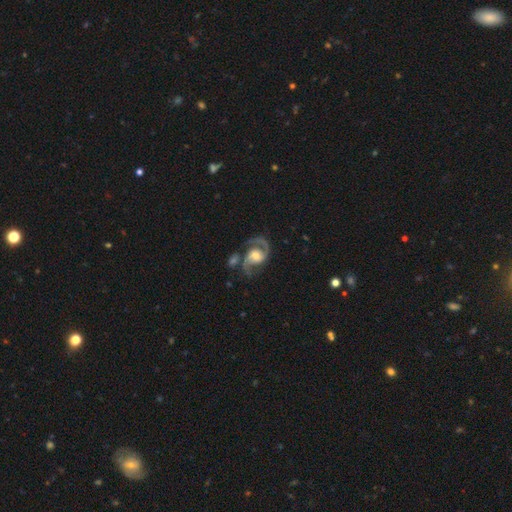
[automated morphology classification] A featured or disk galaxy (91%) with no bar (56%), 2 (91%) medium (59%) spiral arms (98%) and a moderate central bulge (62%). Merging: none (61%).